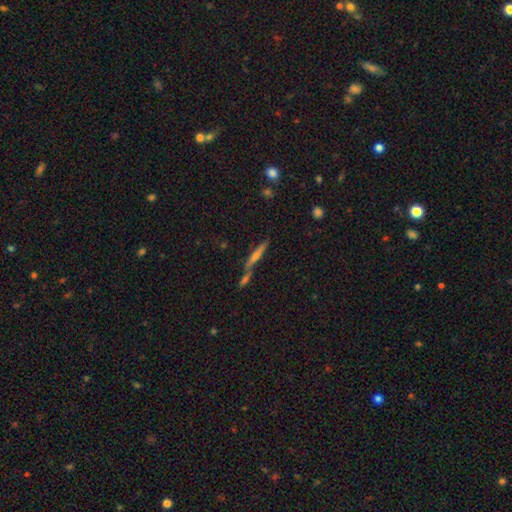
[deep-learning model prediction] This appears to be a featured or disk galaxy (64%) viewed edge-on (94%) with a rounded central bulge (68%). Merging: none (65%).